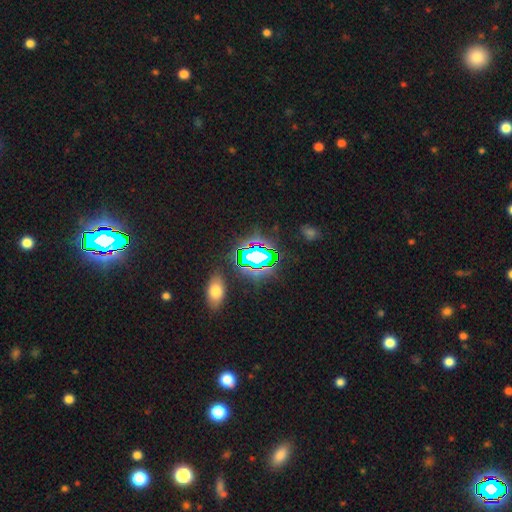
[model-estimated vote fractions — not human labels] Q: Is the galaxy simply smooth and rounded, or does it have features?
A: star or artifact — 71%.